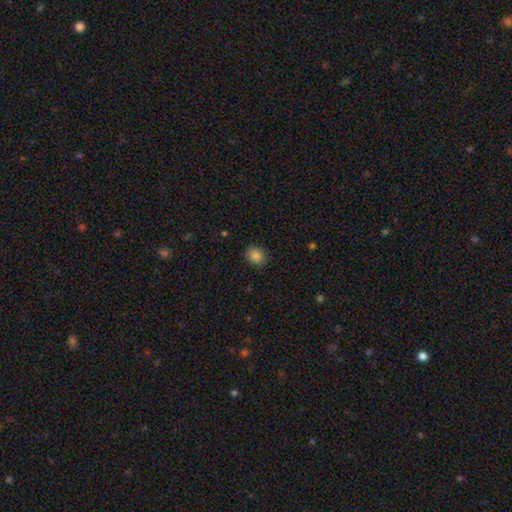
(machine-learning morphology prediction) This appears to be a smooth galaxy with no disk features (84%) that is round (71%). Merging: none (87%).